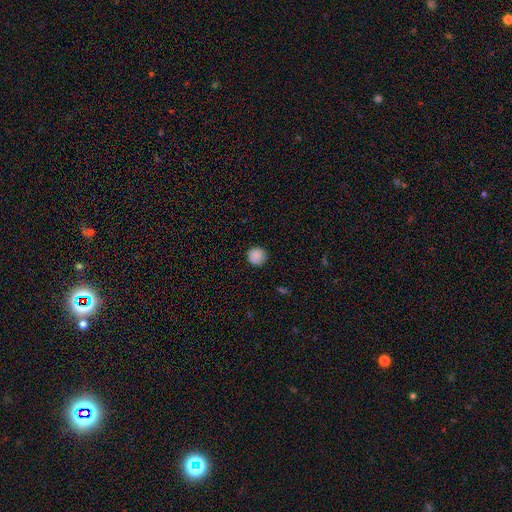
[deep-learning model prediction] smooth 87%, star or artifact 9%, featured or disk 5%. Down the decision tree: how rounded — round (95%); merging — none (87%).